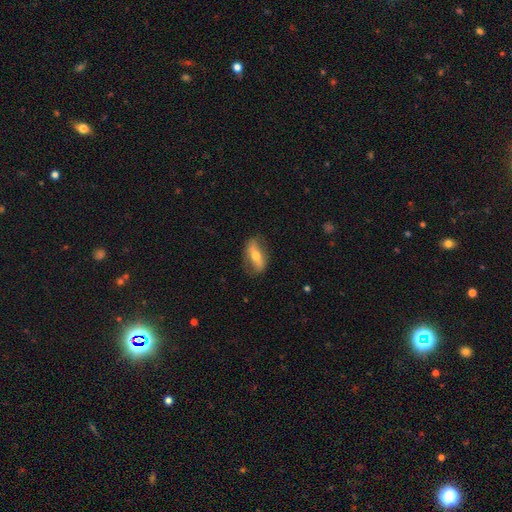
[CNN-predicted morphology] A featured or disk galaxy (49%). Merging: none (77%).